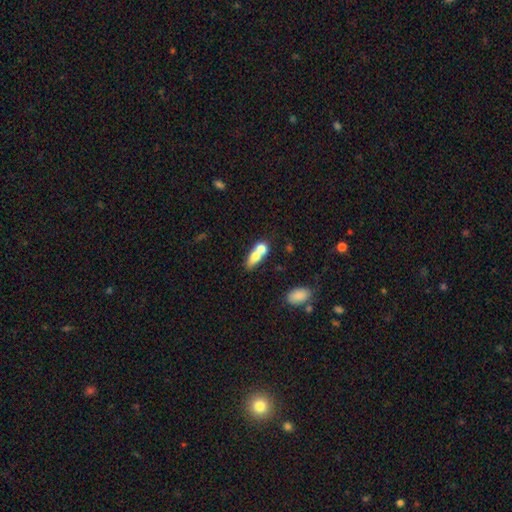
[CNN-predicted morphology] Smooth or featured?
  - smooth: 68% *
  - featured or disk: 23%
  - star or artifact: 9%
How rounded?
  - in between: 60% *
  - round: 25%
  - cigar-shaped: 15%
Merging?
  - merger: 63% *
  - none: 25%
  - minor disturbance: 8%
  - major disturbance: 5%